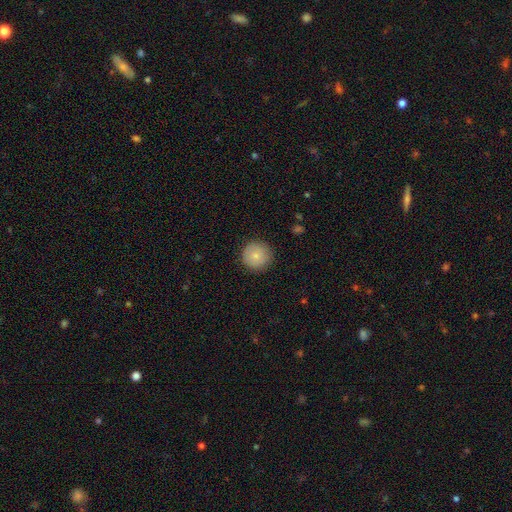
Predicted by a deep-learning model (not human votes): Q: Smooth or featured?
A: smooth (81%); runner-up: featured or disk (11%)
Q: How rounded?
A: round (96%); runner-up: in between (3%)
Q: Merging?
A: none (90%); runner-up: minor disturbance (7%)